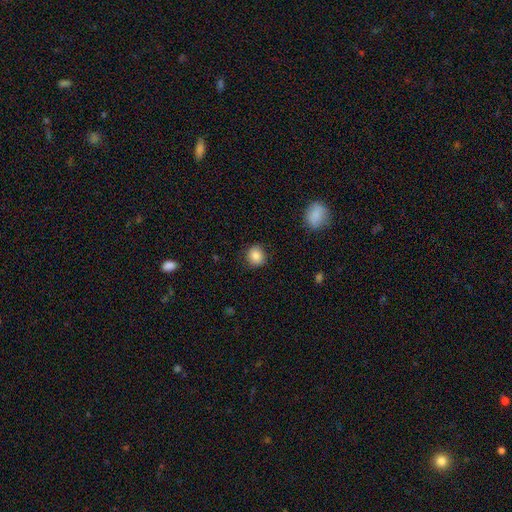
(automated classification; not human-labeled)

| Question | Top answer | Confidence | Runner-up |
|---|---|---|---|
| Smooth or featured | smooth | 84% | star or artifact (9%) |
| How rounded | round | 85% | in between (14%) |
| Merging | none | 86% | minor disturbance (10%) |